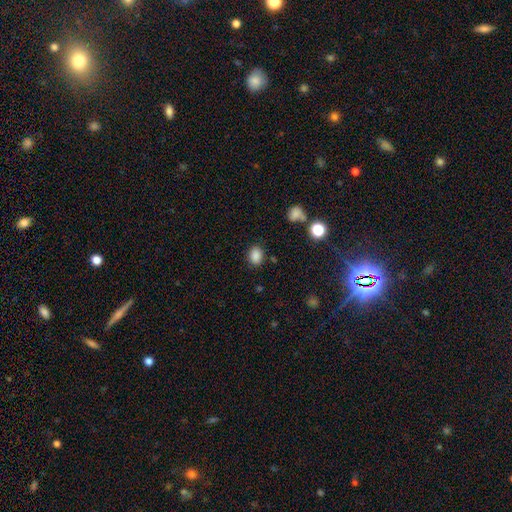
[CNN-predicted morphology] smooth-or-featured: smooth: 85% | star or artifact: 11% | featured or disk: 4%
  how-rounded: in between: 63% | round: 36% | cigar-shaped: 1%
  merging: none: 82% | minor disturbance: 12% | major disturbance: 3% | merger: 3%